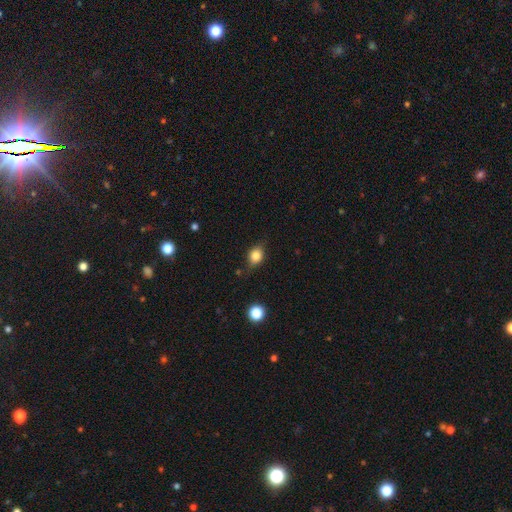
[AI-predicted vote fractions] Smooth or featured? Predicted: smooth (p=0.81). How rounded? Predicted: in between (p=0.55). Merging? Predicted: none (p=0.74).